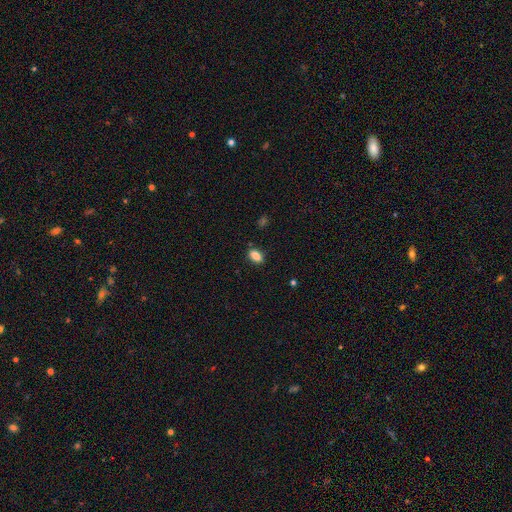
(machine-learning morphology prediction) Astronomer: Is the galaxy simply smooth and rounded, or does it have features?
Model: smooth — 86%.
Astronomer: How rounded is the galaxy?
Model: in between — 87%.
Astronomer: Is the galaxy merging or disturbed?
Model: none — 86%.